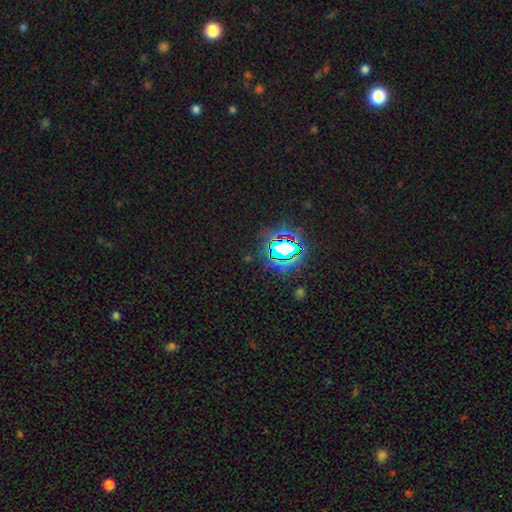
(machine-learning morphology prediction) Overall: star or artifact (79%).